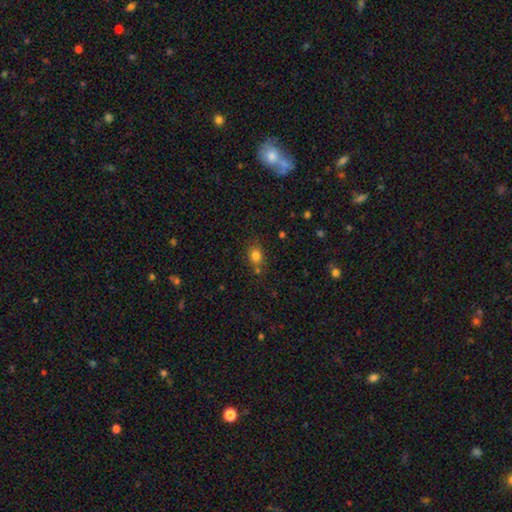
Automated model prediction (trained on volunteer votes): This is likely a smooth galaxy (79%). How rounded: possibly in between (57%). Merging: likely none (69%).